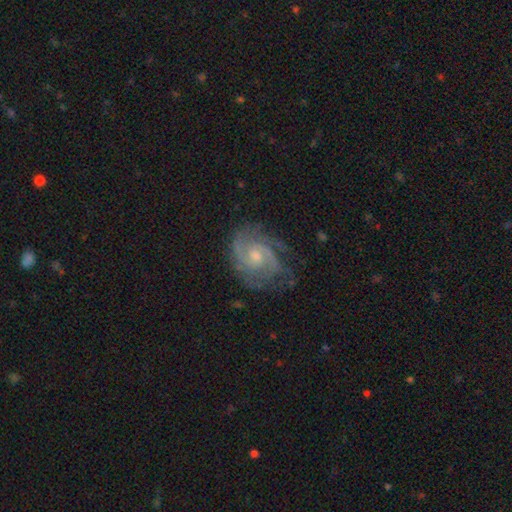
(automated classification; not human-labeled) Morphology: type=featured or disk (85%); edge-on=no (98%); bar=no (62%); spiral arms=yes (96%); winding=tight (46%); arm count=2 (47%); bulge=moderate (49%); merging=none (68%).